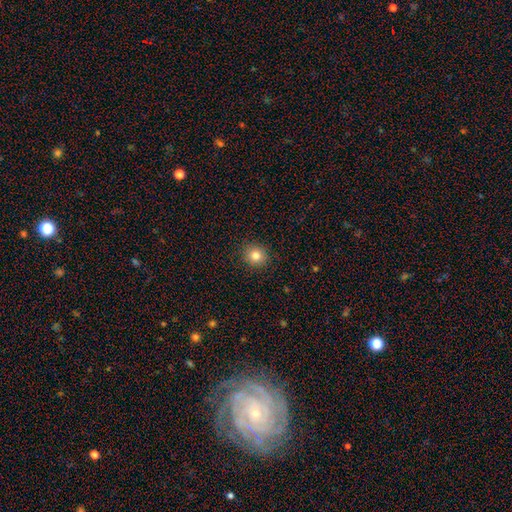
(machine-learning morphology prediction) Overall: smooth (81%). How rounded: round (88%). Merging: none (91%).